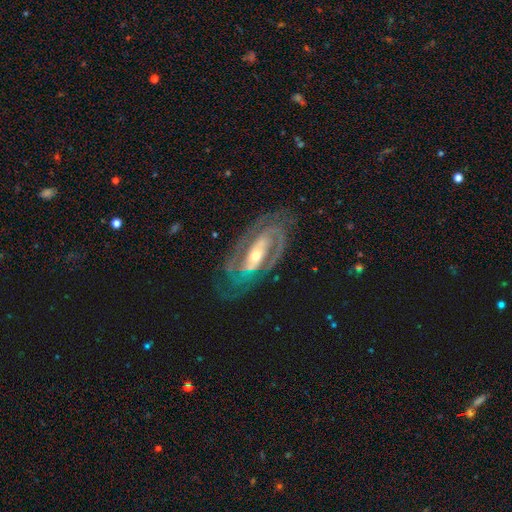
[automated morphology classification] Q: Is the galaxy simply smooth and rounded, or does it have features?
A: featured or disk — 91%.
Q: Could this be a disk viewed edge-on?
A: no — 94%.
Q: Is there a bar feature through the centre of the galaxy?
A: strong — 42%.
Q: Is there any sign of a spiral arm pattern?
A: yes — 96%.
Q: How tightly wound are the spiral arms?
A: tight — 52%.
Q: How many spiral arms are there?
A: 2 — 72%.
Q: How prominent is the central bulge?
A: moderate — 52%.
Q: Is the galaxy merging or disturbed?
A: none — 75%.